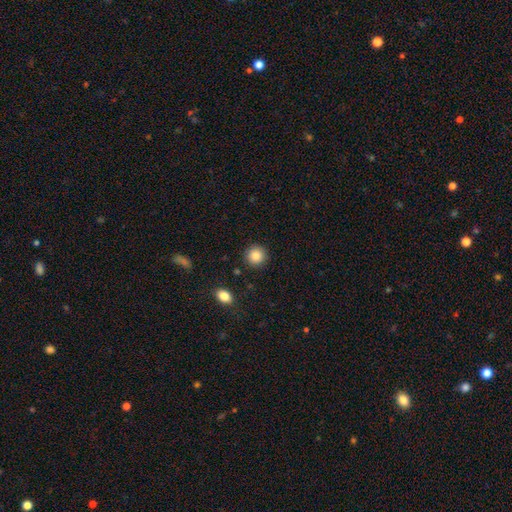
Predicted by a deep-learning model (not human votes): smooth-or-featured: smooth: 86% | star or artifact: 9% | featured or disk: 5%
  how-rounded: round: 92% | in between: 7% | cigar-shaped: 1%
  merging: none: 91% | minor disturbance: 6% | major disturbance: 2% | merger: 2%